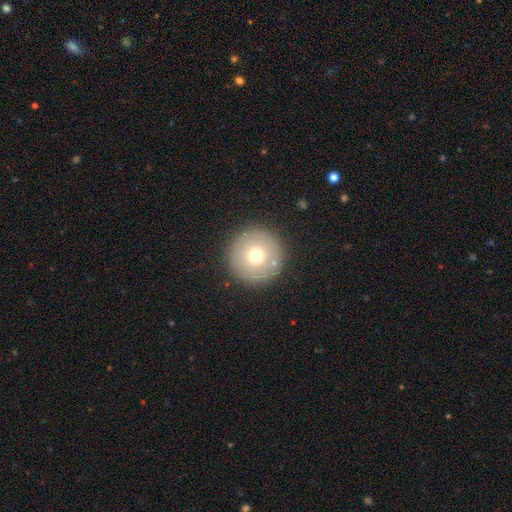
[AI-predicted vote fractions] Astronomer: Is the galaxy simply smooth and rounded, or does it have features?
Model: smooth — 68%.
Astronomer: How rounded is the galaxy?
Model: round — 97%.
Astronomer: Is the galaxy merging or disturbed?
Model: none — 88%.